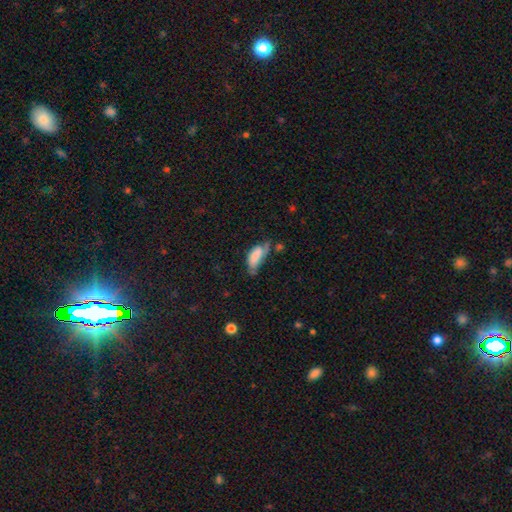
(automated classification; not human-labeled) A smooth galaxy with no disk features (66%) that is in between round and cigar-shaped (82%).

Vote fractions:
- Smooth or featured? smooth: 66% / featured or disk: 25% / star or artifact: 9%
- How rounded? in between: 82% / cigar-shaped: 15% / round: 3%
- Merging? minor disturbance: 33% / none: 29% / major disturbance: 26% / merger: 12%